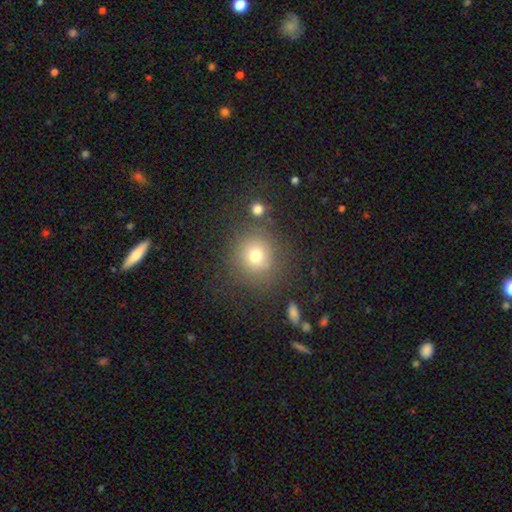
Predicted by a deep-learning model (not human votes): A smooth galaxy with no disk features (73%) that is round (89%). Merging: none (80%).